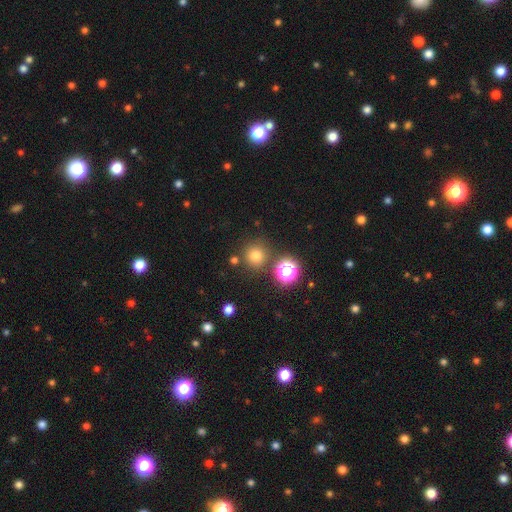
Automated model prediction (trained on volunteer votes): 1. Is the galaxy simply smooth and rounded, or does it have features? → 73% smooth, 20% star or artifact, 6% featured or disk.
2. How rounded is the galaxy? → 94% round, 5% in between, 1% cigar-shaped.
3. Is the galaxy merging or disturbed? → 83% none, 8% minor disturbance, 7% merger, 3% major disturbance.